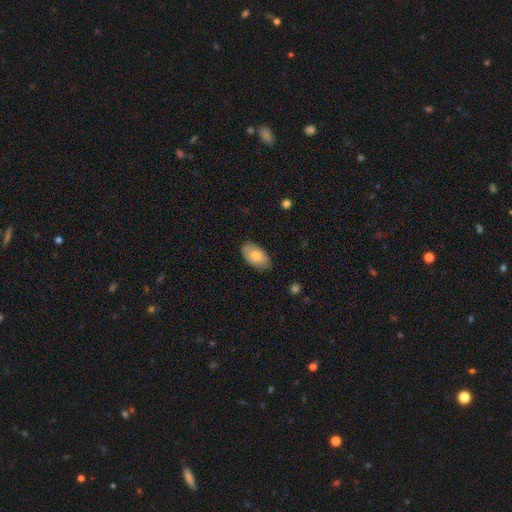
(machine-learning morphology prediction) smooth_or_featured: smooth (p=0.78) [alt: featured or disk p=0.16]
how_rounded: in between (p=0.95) [alt: round p=0.03]
merging: none (p=0.82) [alt: minor disturbance p=0.15]